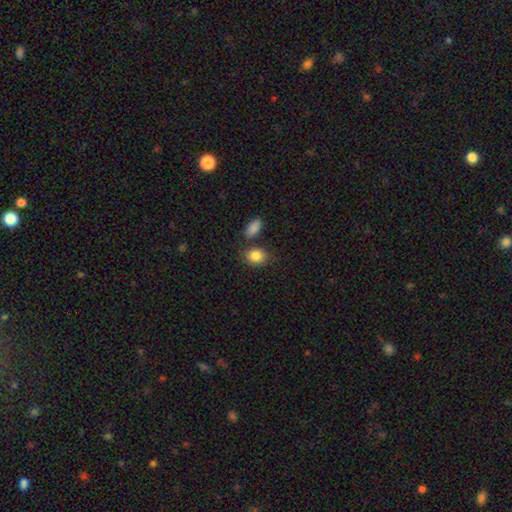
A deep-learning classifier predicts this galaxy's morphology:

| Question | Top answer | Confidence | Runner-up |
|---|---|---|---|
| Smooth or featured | smooth | 86% | star or artifact (8%) |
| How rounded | in between | 57% | round (42%) |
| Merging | none | 72% | minor disturbance (13%) |